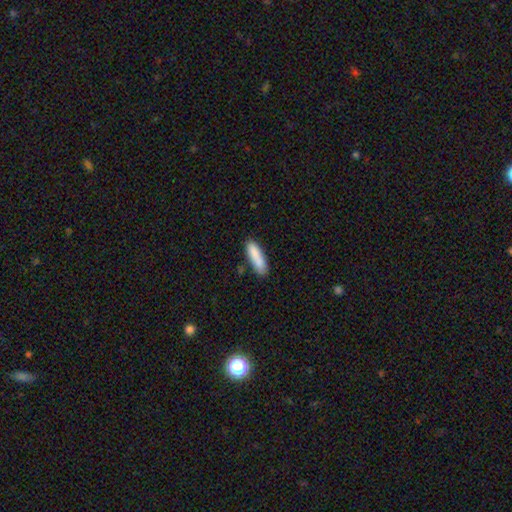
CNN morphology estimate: smooth-or-featured: smooth: 86% | featured or disk: 7% | star or artifact: 6%
  how-rounded: cigar-shaped: 65% | in between: 33% | round: 2%
  merging: none: 78% | minor disturbance: 15% | merger: 4% | major disturbance: 3%